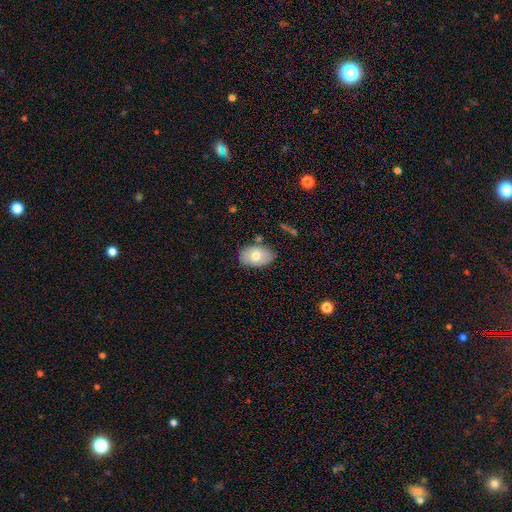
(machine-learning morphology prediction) smooth-or-featured: smooth: 72% | featured or disk: 21% | star or artifact: 7%
  how-rounded: in between: 89% | round: 10% | cigar-shaped: 1%
  merging: none: 78% | minor disturbance: 15% | merger: 4% | major disturbance: 3%